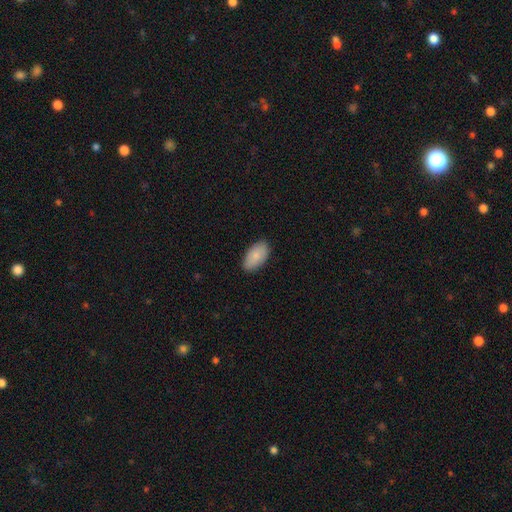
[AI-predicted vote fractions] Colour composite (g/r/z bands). It shows a smooth galaxy with no disk features (84%) that is in between round and cigar-shaped (95%). Merging: none (85%).